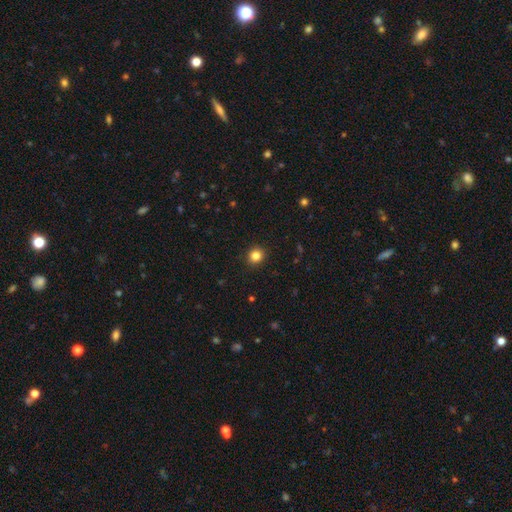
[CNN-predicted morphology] Overall: smooth (84%). How rounded: round (88%). Merging: none (92%).